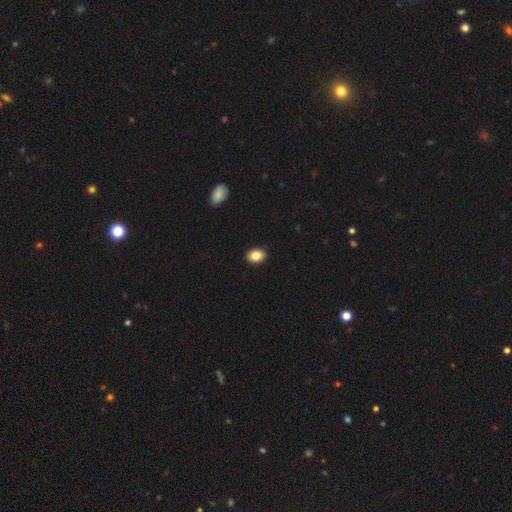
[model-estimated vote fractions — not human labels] This is clearly a smooth galaxy (85%). How rounded: likely in between (69%). Merging: clearly none (91%).